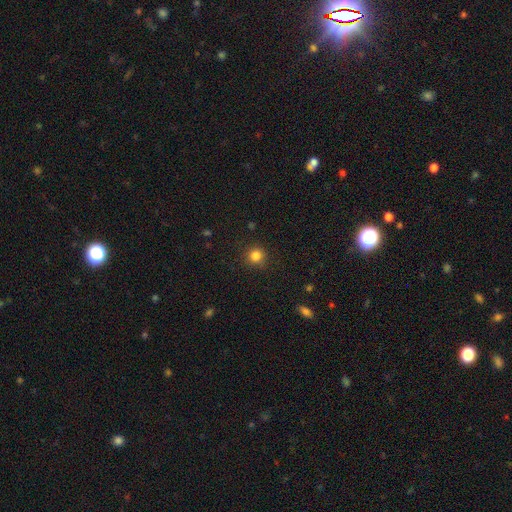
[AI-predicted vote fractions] This appears to be a smooth galaxy with no disk features (83%) that is round (92%). Merging: none (89%).